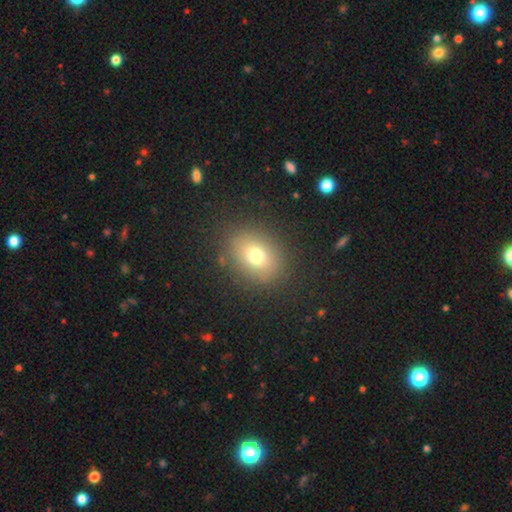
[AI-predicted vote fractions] This is likely a smooth galaxy (74%). How rounded: possibly in between (55%). Merging: clearly none (85%).